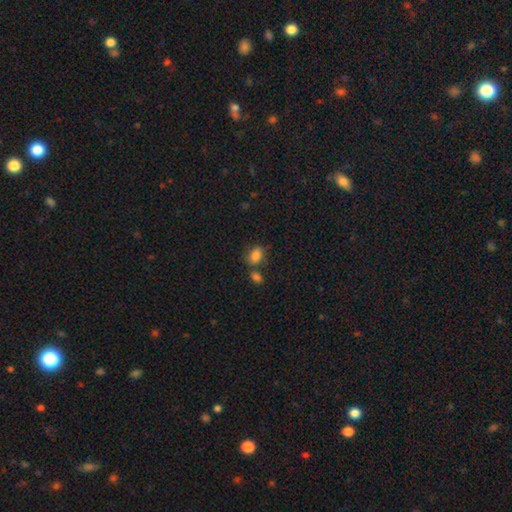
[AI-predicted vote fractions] Morphology: type=smooth (83%); roundness=in between (71%); merging=none (59%).